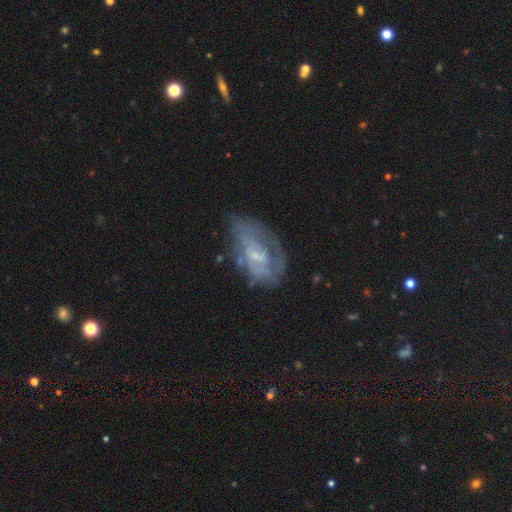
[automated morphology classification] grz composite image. It shows a featured or disk galaxy (64%) with no bar (52%), spiral arms (57%) and a small central bulge (52%). Merging: none (51%).